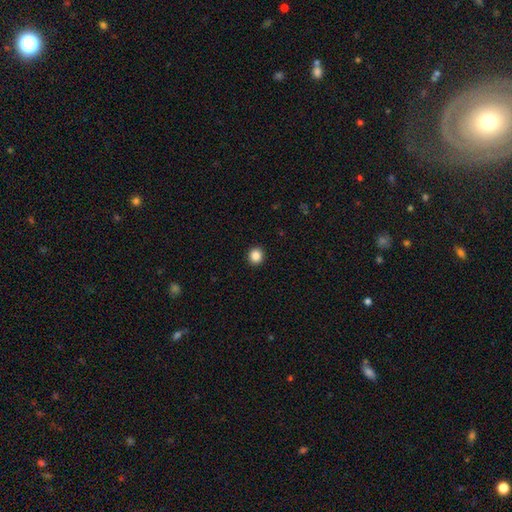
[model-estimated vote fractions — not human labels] Smooth or featured? Predicted: smooth (p=0.87). How rounded? Predicted: round (p=0.90). Merging? Predicted: none (p=0.93).